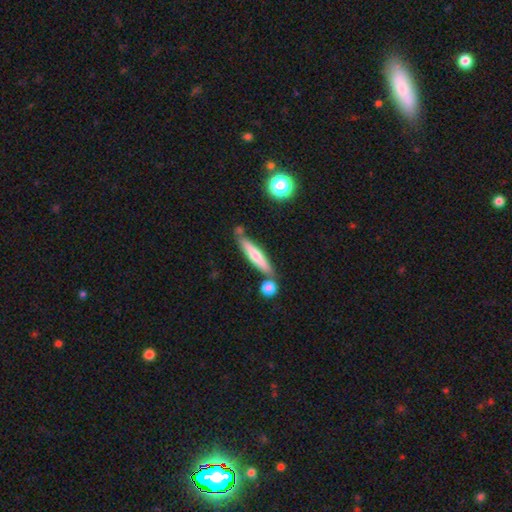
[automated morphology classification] Q: Smooth or featured?
A: smooth (59%); runner-up: featured or disk (35%)
Q: How rounded?
A: cigar-shaped (88%); runner-up: in between (10%)
Q: Merging?
A: none (71%); runner-up: minor disturbance (14%)